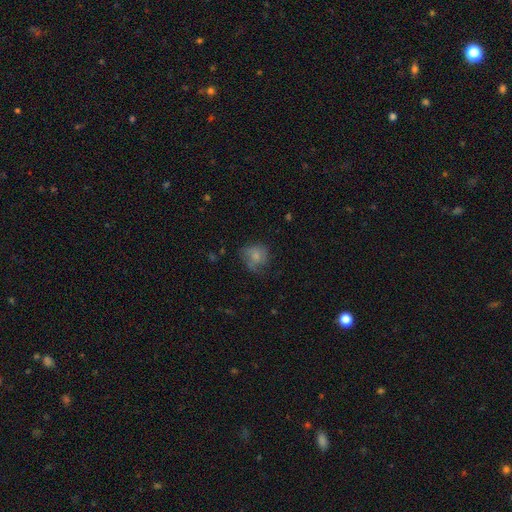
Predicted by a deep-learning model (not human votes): Q: Smooth or featured?
A: smooth (70%); runner-up: featured or disk (20%)
Q: How rounded?
A: round (73%); runner-up: in between (27%)
Q: Merging?
A: none (51%); runner-up: minor disturbance (29%)